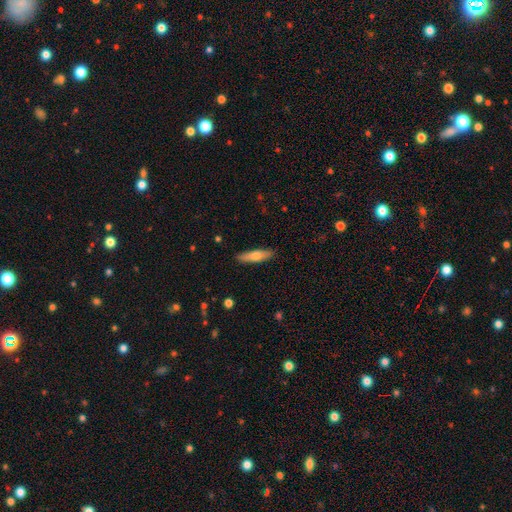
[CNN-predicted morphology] A smooth galaxy with no disk features (66%) that is cigar-shaped (69%).

Vote fractions:
- Smooth or featured? smooth: 66% / featured or disk: 28% / star or artifact: 6%
- How rounded? cigar-shaped: 69% / in between: 29% / round: 2%
- Merging? none: 88% / minor disturbance: 9% / major disturbance: 2% / merger: 1%